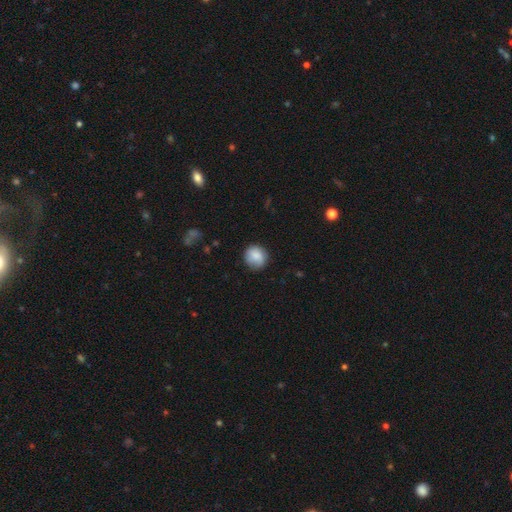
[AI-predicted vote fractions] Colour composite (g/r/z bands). It shows a smooth galaxy with no disk features (84%) that is round (87%). Merging: none (78%).